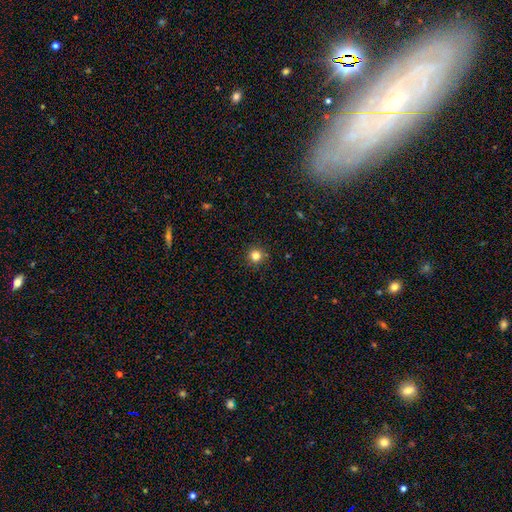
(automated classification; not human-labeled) A smooth galaxy with no disk features (82%) that is round (95%). Merging: none (92%).